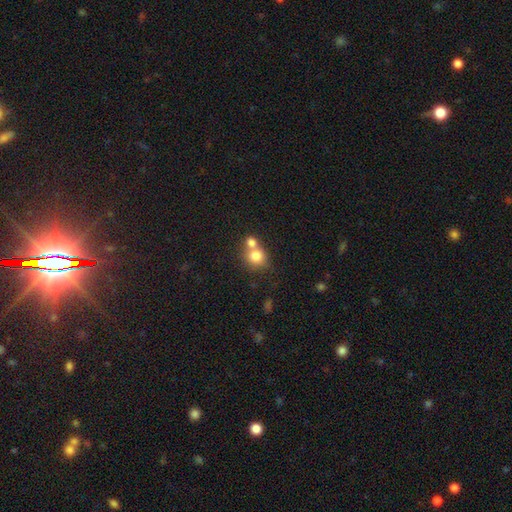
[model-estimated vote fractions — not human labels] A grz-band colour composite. It shows a smooth galaxy with no disk features (78%) that is round (82%). Merging: merger (52%).